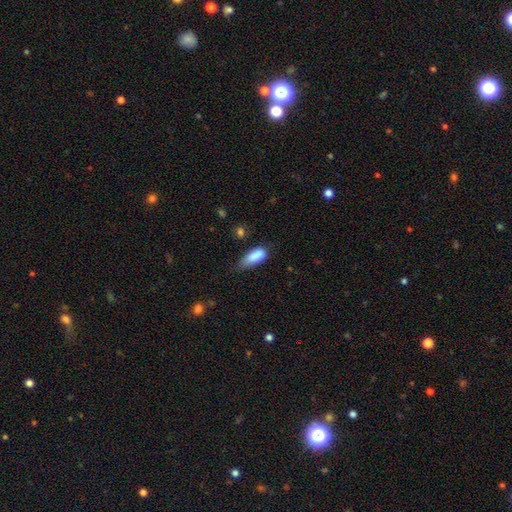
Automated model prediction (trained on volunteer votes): Morphology: type=smooth (84%); roundness=in between (76%); merging=minor disturbance (44%).